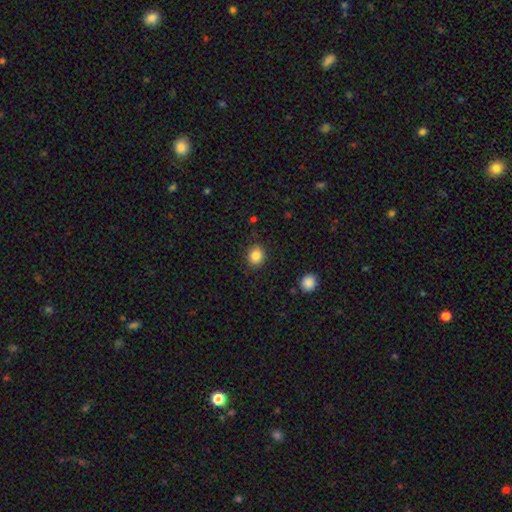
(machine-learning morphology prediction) Q: Smooth or featured?
A: smooth (86%); runner-up: star or artifact (9%)
Q: How rounded?
A: round (67%); runner-up: in between (32%)
Q: Merging?
A: none (88%); runner-up: minor disturbance (8%)